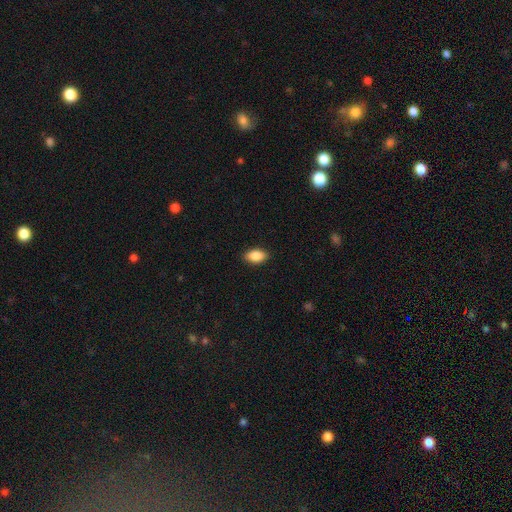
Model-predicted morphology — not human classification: smooth 88%, star or artifact 7%, featured or disk 5%. Down the decision tree: how rounded — in between (91%); merging — none (89%).